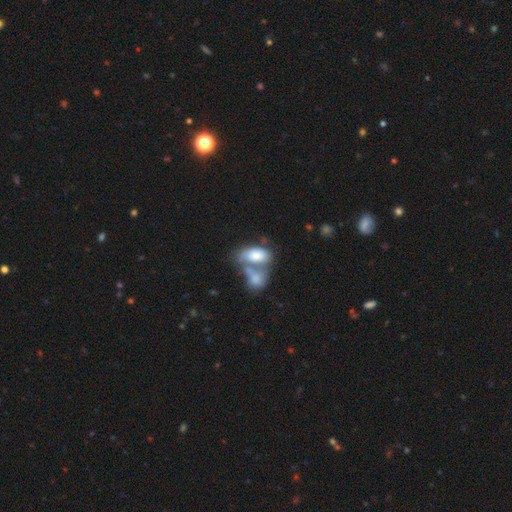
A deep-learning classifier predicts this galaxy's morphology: type=smooth (74%); roundness=in between (92%); merging=merger (68%).